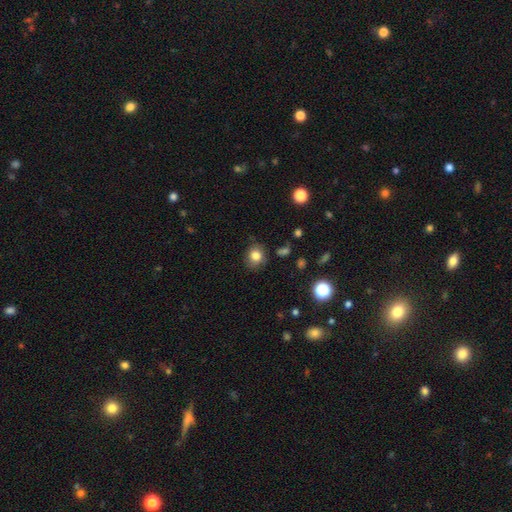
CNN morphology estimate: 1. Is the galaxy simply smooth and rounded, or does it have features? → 81% smooth, 11% star or artifact, 8% featured or disk.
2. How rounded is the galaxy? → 69% round, 30% in between, 1% cigar-shaped.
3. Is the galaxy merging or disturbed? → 75% none, 18% minor disturbance, 5% major disturbance, 2% merger.